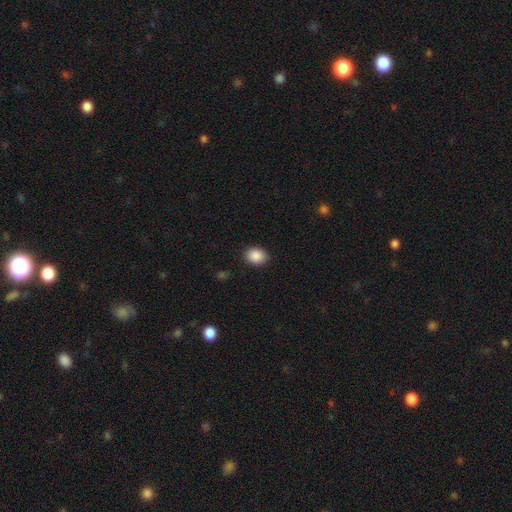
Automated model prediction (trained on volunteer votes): Q: Smooth or featured?
A: smooth (89%); runner-up: star or artifact (8%)
Q: How rounded?
A: in between (63%); runner-up: round (36%)
Q: Merging?
A: none (88%); runner-up: minor disturbance (9%)